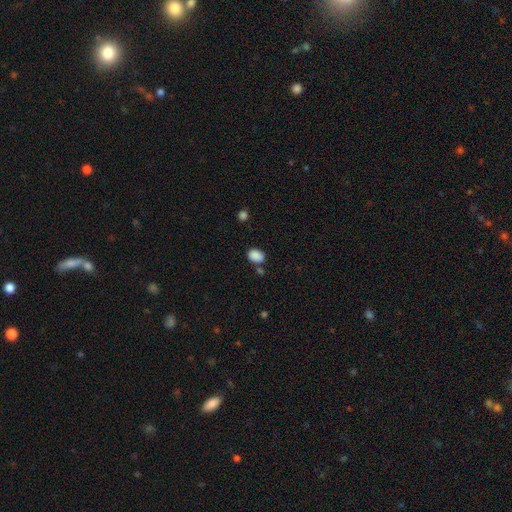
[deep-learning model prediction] This appears to be a smooth galaxy with no disk features (88%) that is in between round and cigar-shaped (69%). Merging: none (71%).